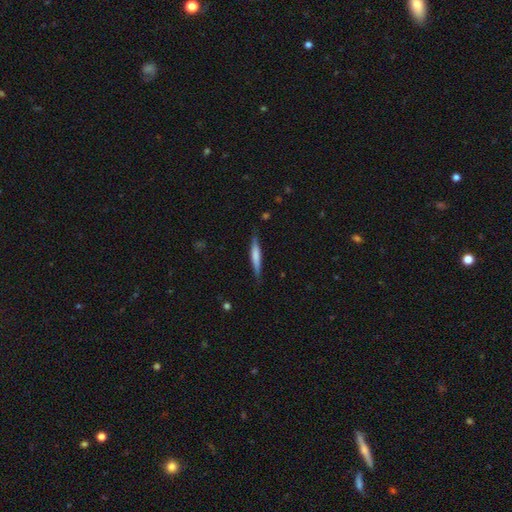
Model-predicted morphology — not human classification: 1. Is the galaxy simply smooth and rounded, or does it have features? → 61% smooth, 33% featured or disk, 5% star or artifact.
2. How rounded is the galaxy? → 91% cigar-shaped, 7% in between, 1% round.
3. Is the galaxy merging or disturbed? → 83% none, 13% minor disturbance, 2% major disturbance, 1% merger.